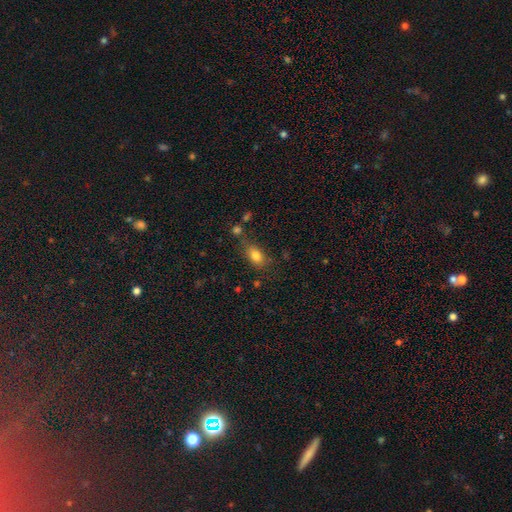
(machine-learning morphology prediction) A smooth galaxy with no disk features (81%) that is in between round and cigar-shaped (83%).

Vote fractions:
- Smooth or featured? smooth: 81% / star or artifact: 10% / featured or disk: 9%
- How rounded? in between: 83% / round: 12% / cigar-shaped: 5%
- Merging? none: 69% / minor disturbance: 17% / merger: 8% / major disturbance: 6%